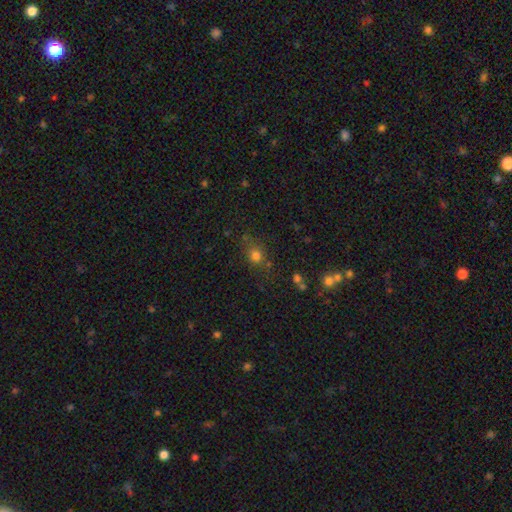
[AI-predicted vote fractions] This is likely a smooth galaxy (75%). How rounded: likely round (73%). Merging: likely none (69%).